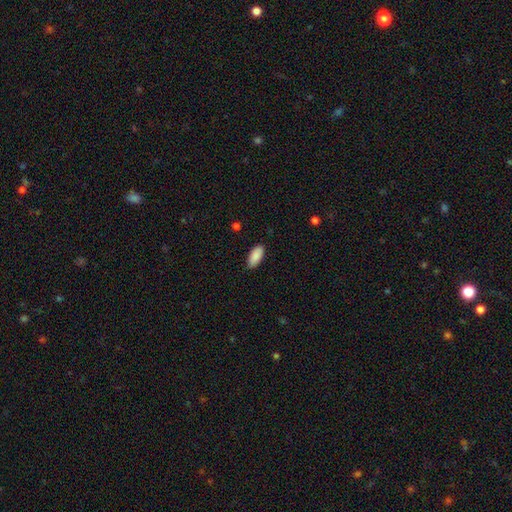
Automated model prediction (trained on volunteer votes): This appears to be a smooth galaxy with no disk features (90%) that is in between round and cigar-shaped (90%). Merging: none (86%).